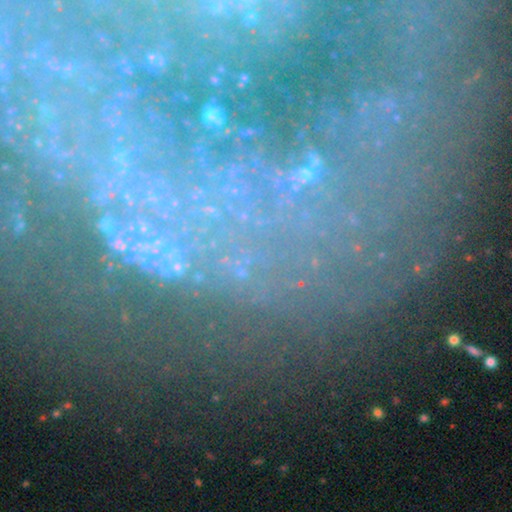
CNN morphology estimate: Smooth or featured? Predicted: star or artifact (p=0.52).